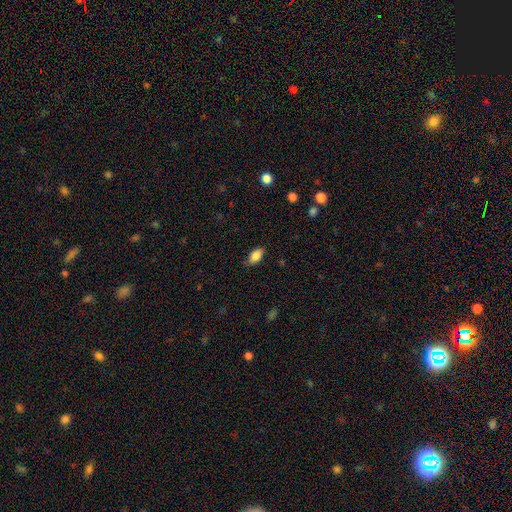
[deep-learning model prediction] smooth 84%, featured or disk 8%, star or artifact 8%. Down the decision tree: how rounded — in between (90%); merging — none (76%).